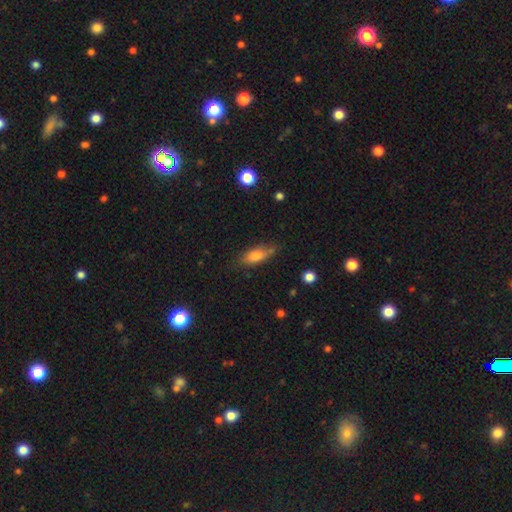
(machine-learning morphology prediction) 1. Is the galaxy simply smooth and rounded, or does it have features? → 72% smooth, 19% featured or disk, 9% star or artifact.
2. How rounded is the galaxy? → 67% in between, 30% cigar-shaped, 4% round.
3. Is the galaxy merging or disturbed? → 69% none, 22% minor disturbance, 5% major disturbance, 4% merger.